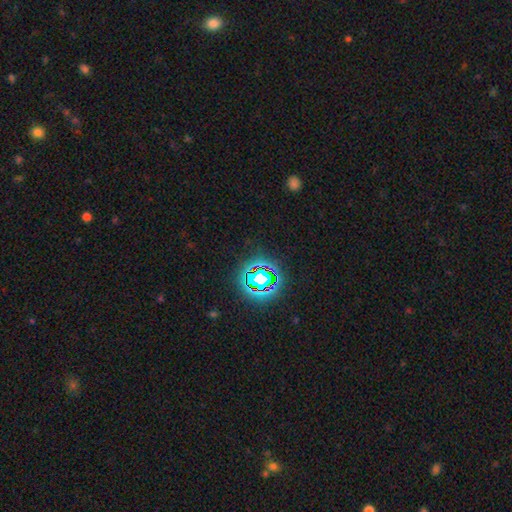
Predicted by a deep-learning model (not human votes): Smooth or featured? star or artifact (78%)